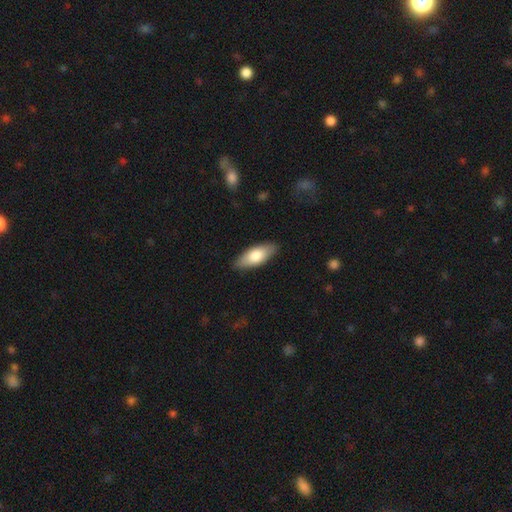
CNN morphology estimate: This is likely a smooth galaxy (75%). How rounded: likely in between (77%). Merging: clearly none (87%).